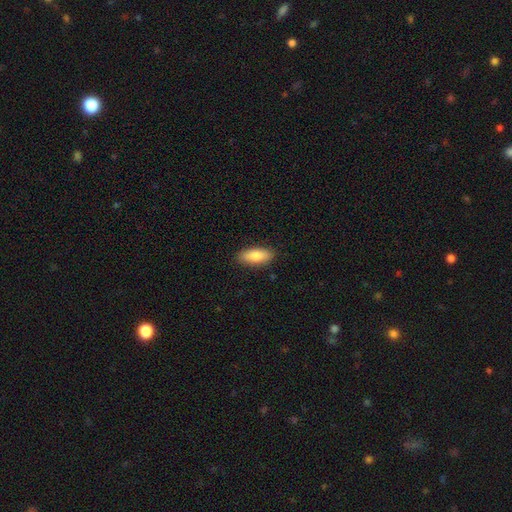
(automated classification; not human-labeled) Smooth or featured?
  - smooth: 83% *
  - featured or disk: 11%
  - star or artifact: 6%
How rounded?
  - in between: 75% *
  - cigar-shaped: 22%
  - round: 2%
Merging?
  - none: 88% *
  - minor disturbance: 9%
  - major disturbance: 2%
  - merger: 1%